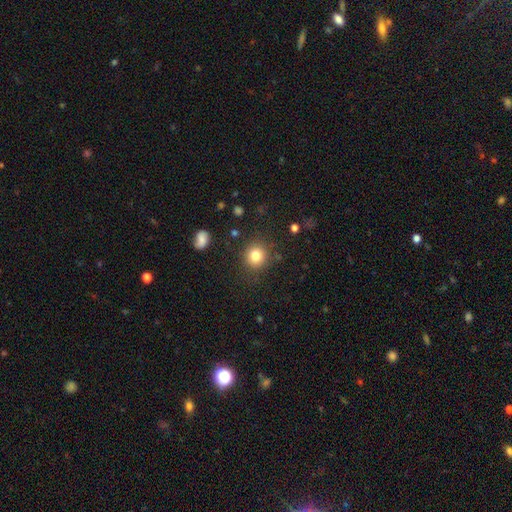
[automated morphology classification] smooth 81%, star or artifact 12%, featured or disk 7%. Down the decision tree: how rounded — round (87%); merging — none (85%).